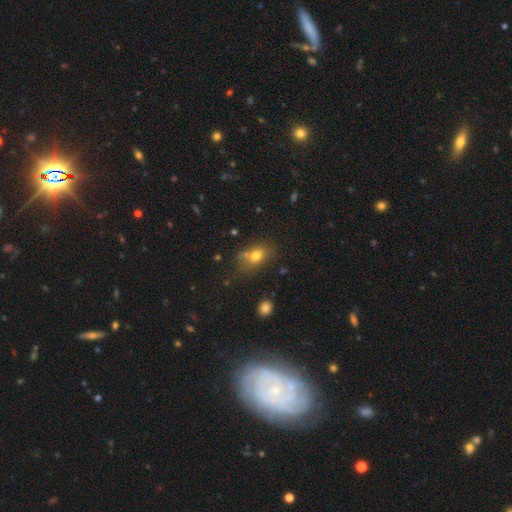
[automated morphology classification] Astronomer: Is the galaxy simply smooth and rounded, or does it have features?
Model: smooth — 75%.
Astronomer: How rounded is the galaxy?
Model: in between — 69%.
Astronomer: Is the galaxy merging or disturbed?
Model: none — 58%.